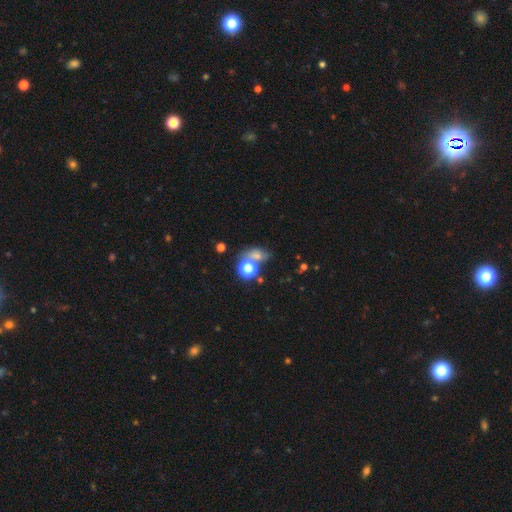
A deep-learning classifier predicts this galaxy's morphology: Smooth or featured?
  - smooth: 56% *
  - star or artifact: 29%
  - featured or disk: 15%
How rounded?
  - round: 48% * (tied)
  - in between: 48% * (tied)
  - cigar-shaped: 3%
Merging?
  - none: 47% *
  - merger: 28%
  - minor disturbance: 14%
  - major disturbance: 10%